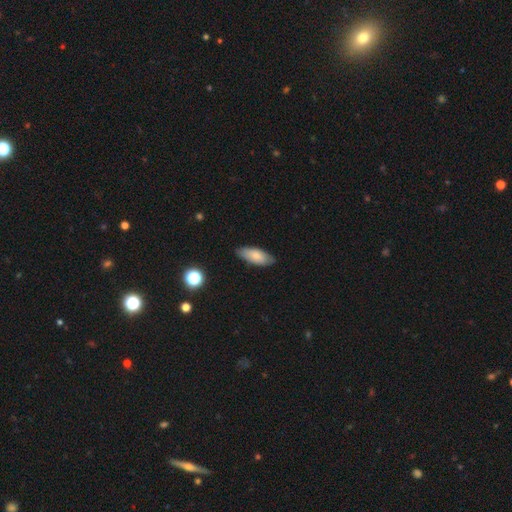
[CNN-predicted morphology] This appears to be a smooth galaxy with no disk features (78%) that is in between round and cigar-shaped (80%). Merging: none (80%).